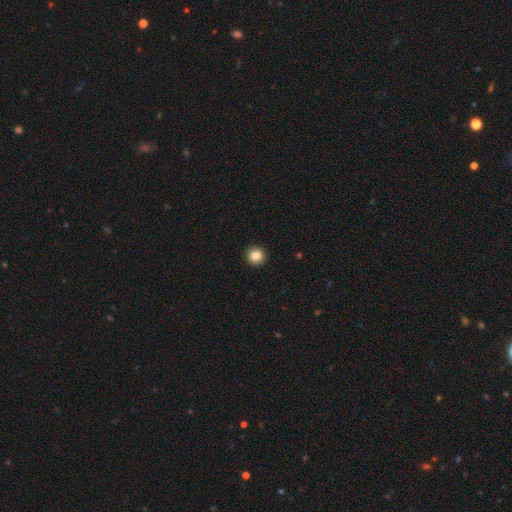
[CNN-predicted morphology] type=smooth (84%); roundness=round (94%); merging=none (93%).